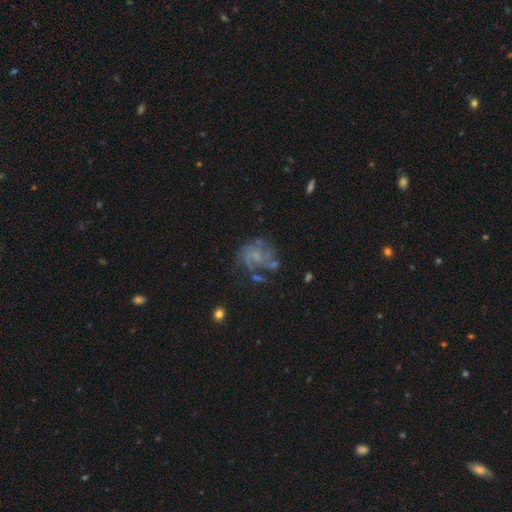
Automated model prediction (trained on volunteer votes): Smooth or featured? Predicted: featured or disk (p=0.69). Edge-on disk? Predicted: no (p=0.98). Bar? Predicted: no (p=0.71). Spiral arms? Predicted: yes (p=0.78). Spiral winding? Predicted: medium (p=0.42). Spiral arm count? Predicted: can't tell (p=0.35). Bulge size? Predicted: none (p=0.42). Merging? Predicted: none (p=0.47).